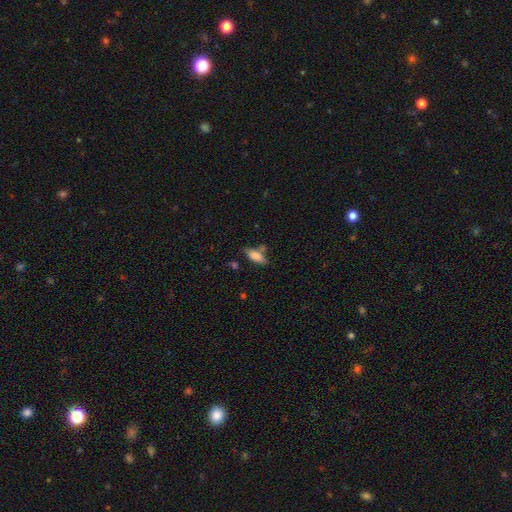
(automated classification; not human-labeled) smooth 79%, featured or disk 14%, star or artifact 8%. Down the decision tree: how rounded — in between (74%); merging — none (61%).